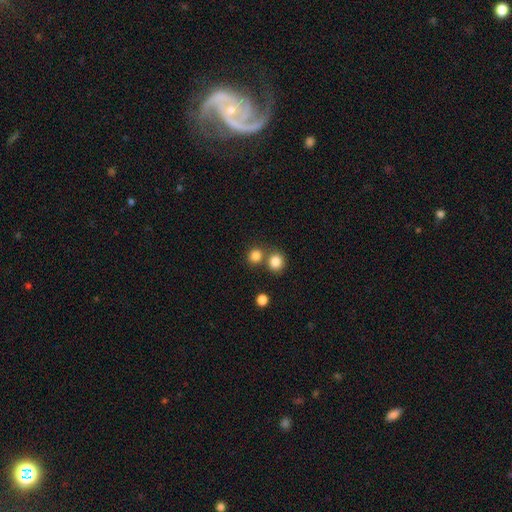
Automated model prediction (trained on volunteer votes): smooth_or_featured: smooth (p=0.83) [alt: star or artifact p=0.12]
how_rounded: round (p=0.84) [alt: in between p=0.15]
merging: none (p=0.60) [alt: merger p=0.30]